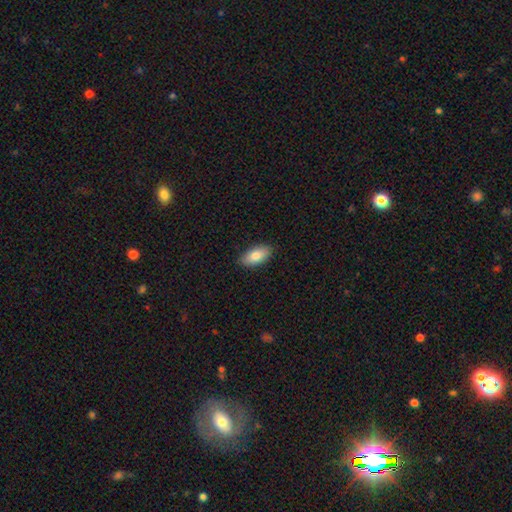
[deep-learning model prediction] Smooth or featured? smooth (82%)
How rounded? in between (92%)
Merging? none (88%)